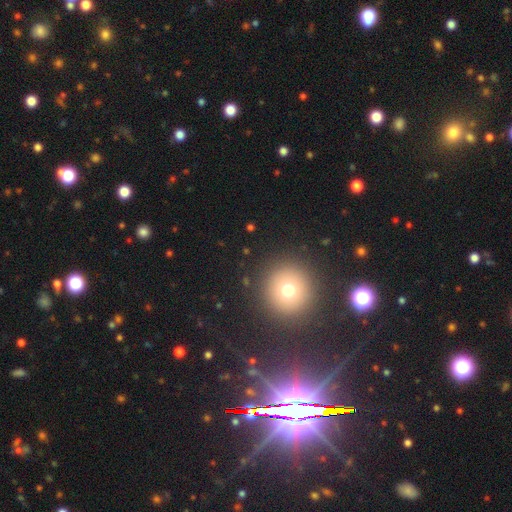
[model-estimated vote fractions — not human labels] smooth_or_featured: star or artifact (p=0.50) [alt: smooth p=0.34]